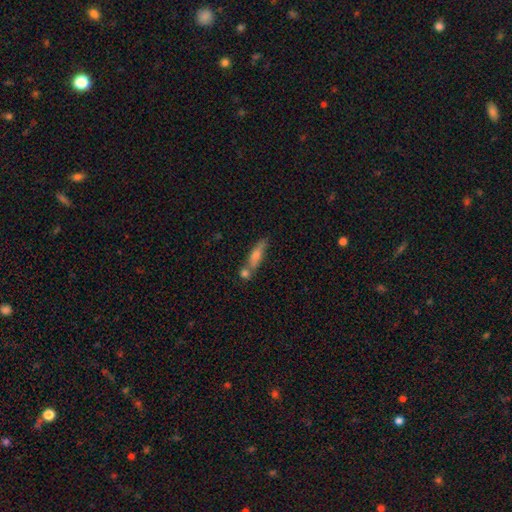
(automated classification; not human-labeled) Smooth or featured? smooth (53%)
How rounded? cigar-shaped (73%)
Merging? none (55%)